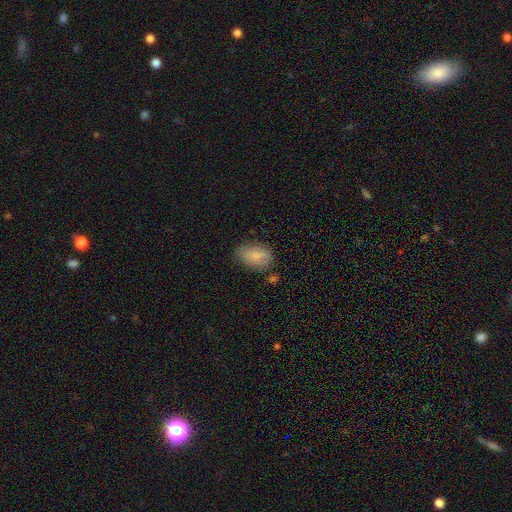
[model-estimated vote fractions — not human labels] A smooth galaxy with no disk features (79%) that is in between round and cigar-shaped (86%). Merging: none (67%).